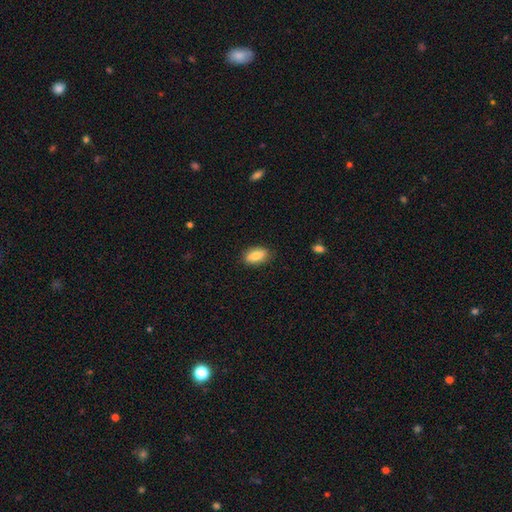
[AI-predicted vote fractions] Smooth or featured? smooth (81%)
How rounded? in between (83%)
Merging? none (86%)